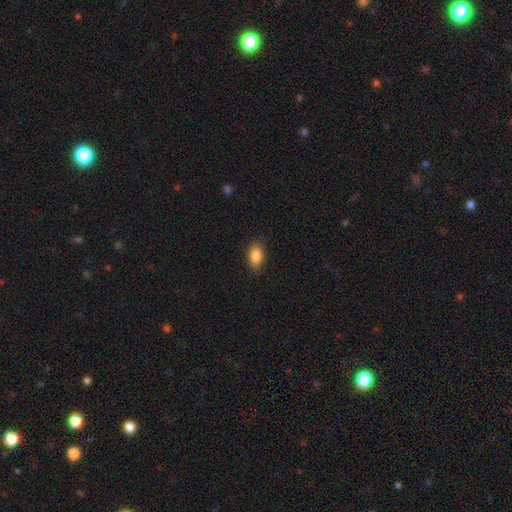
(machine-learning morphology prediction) A smooth galaxy with no disk features (87%) that is in between round and cigar-shaped (90%). Merging: none (86%).